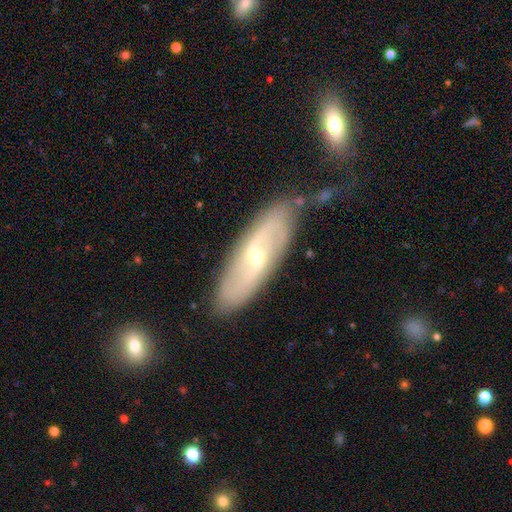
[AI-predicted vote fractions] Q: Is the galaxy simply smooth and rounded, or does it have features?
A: featured or disk — 76%.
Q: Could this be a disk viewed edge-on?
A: no — 87%.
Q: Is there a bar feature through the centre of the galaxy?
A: weak — 51%.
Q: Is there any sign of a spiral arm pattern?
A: yes — 89%.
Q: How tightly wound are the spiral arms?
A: loose — 45%.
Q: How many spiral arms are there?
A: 2 — 81%.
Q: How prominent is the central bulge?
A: small — 55%.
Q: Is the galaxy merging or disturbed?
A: none — 78%.